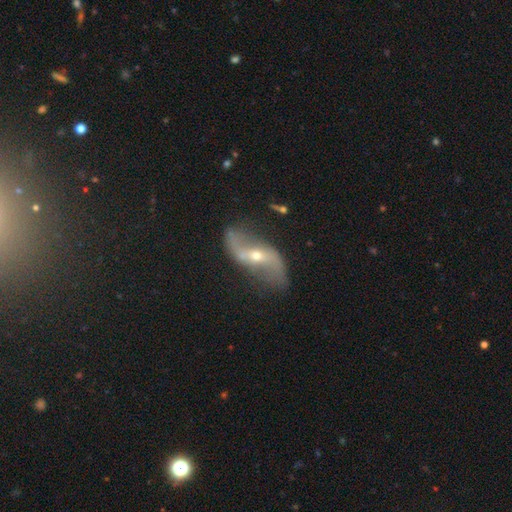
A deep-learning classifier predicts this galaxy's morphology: Q: Smooth or featured?
A: featured or disk (87%); runner-up: smooth (7%)
Q: Edge-on disk?
A: no (94%); runner-up: yes (6%)
Q: Bar?
A: no (34%); runner-up: weak (33%)
Q: Spiral arms?
A: yes (93%); runner-up: no (7%)
Q: Spiral winding?
A: loose (86%); runner-up: medium (10%)
Q: Spiral arm count?
A: 2 (93%); runner-up: can't tell (2%)
Q: Bulge size?
A: small (59%); runner-up: moderate (37%)
Q: Merging?
A: none (74%); runner-up: minor disturbance (16%)